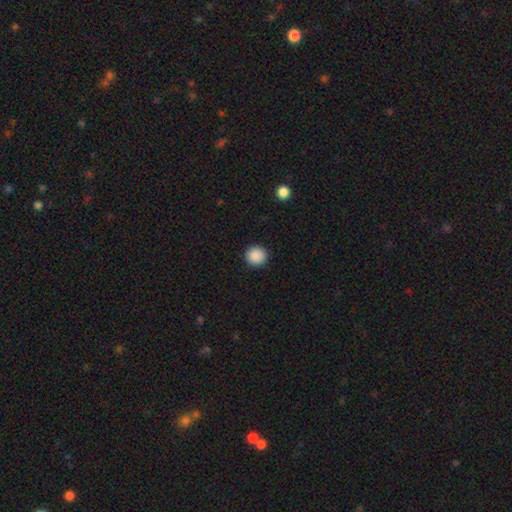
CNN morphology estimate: type=smooth (89%); roundness=round (94%); merging=none (92%).